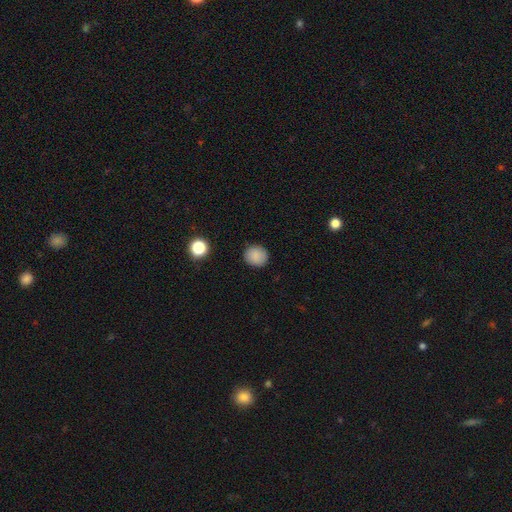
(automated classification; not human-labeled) A smooth galaxy with no disk features (87%) that is round (87%).

Vote fractions:
- Smooth or featured? smooth: 87% / star or artifact: 9% / featured or disk: 3%
- How rounded? round: 87% / in between: 12% / cigar-shaped: 1%
- Merging? none: 90% / minor disturbance: 7% / major disturbance: 2% / merger: 1%